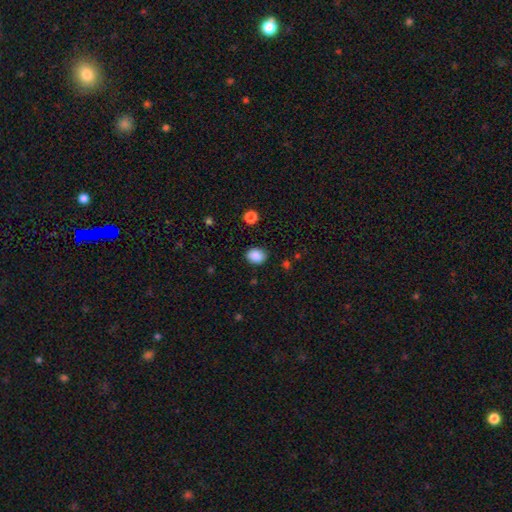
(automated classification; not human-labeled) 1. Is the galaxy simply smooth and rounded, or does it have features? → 88% smooth, 9% star or artifact, 3% featured or disk.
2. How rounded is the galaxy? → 54% in between, 45% round, 1% cigar-shaped.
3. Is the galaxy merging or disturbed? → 86% none, 10% minor disturbance, 3% major disturbance, 1% merger.